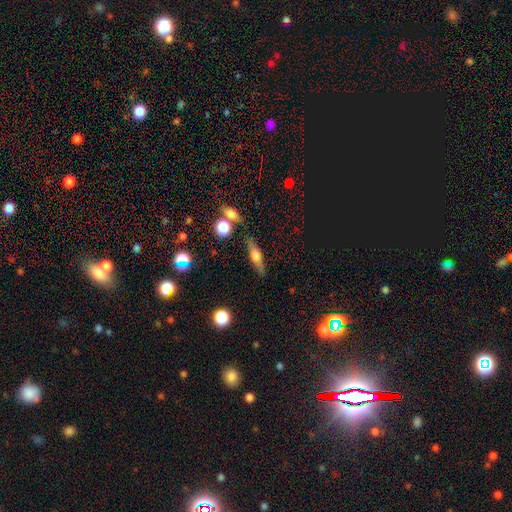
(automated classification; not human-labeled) The model was most divided on "smooth or featured": featured or disk: 49%, smooth: 42%, star or artifact: 9%. More confident: merging — none (80%).